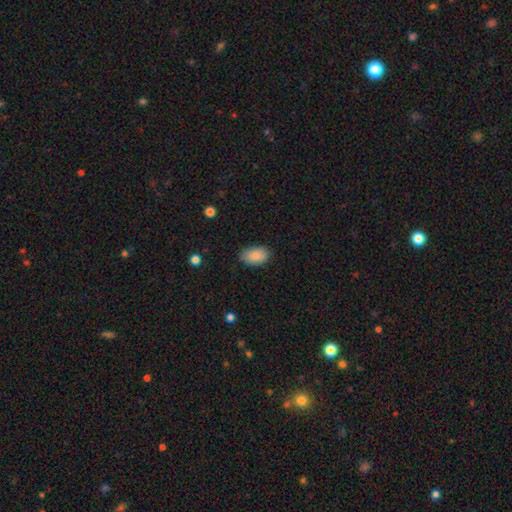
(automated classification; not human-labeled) A smooth galaxy with no disk features (85%) that is in between round and cigar-shaped (91%).

Vote fractions:
- Smooth or featured? smooth: 85% / featured or disk: 7% / star or artifact: 7%
- How rounded? in between: 91% / round: 7% / cigar-shaped: 1%
- Merging? none: 83% / minor disturbance: 13% / major disturbance: 3% / merger: 1%